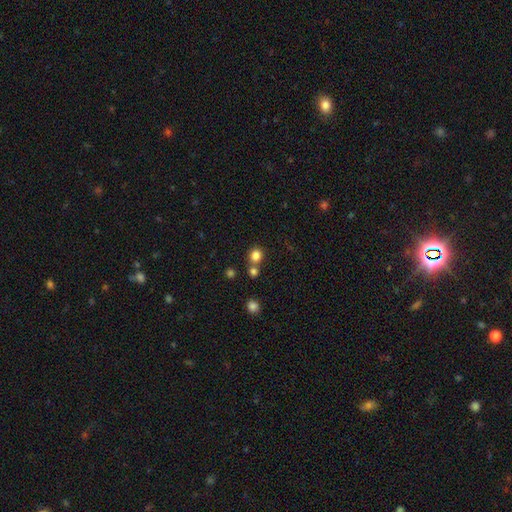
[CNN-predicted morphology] smooth_or_featured: smooth (p=0.81) [alt: star or artifact p=0.13]
how_rounded: round (p=0.87) [alt: in between p=0.12]
merging: none (p=0.65) [alt: merger p=0.24]